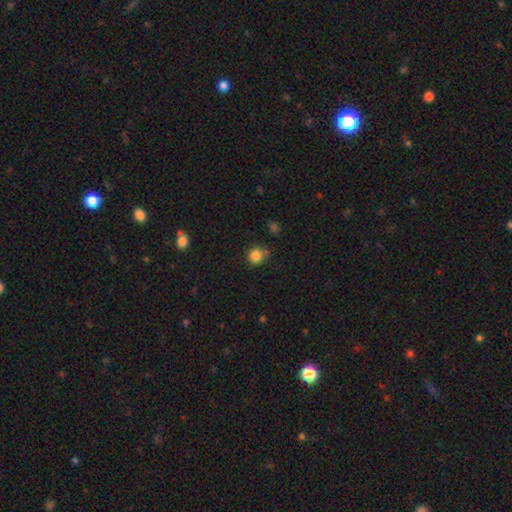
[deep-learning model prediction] Q: Smooth or featured?
A: smooth (84%); runner-up: star or artifact (11%)
Q: How rounded?
A: round (90%); runner-up: in between (9%)
Q: Merging?
A: none (74%); runner-up: minor disturbance (15%)